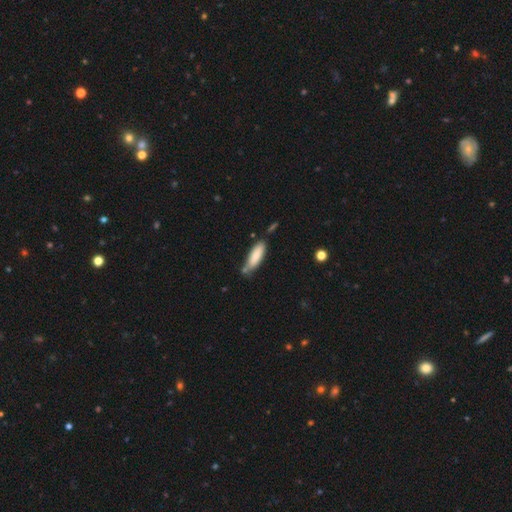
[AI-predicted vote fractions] A smooth galaxy with no disk features (83%) that is cigar-shaped (52%).

Vote fractions:
- Smooth or featured? smooth: 83% / featured or disk: 11% / star or artifact: 6%
- How rounded? cigar-shaped: 52% / in between: 46% / round: 1%
- Merging? none: 59% / minor disturbance: 25% / merger: 10% / major disturbance: 5%